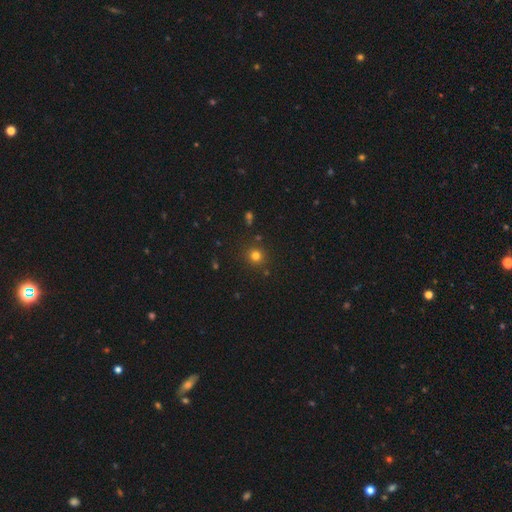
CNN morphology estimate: Smooth or featured?
  - smooth: 77% *
  - star or artifact: 17%
  - featured or disk: 6%
How rounded?
  - round: 92% *
  - in between: 7%
  - cigar-shaped: 1%
Merging?
  - none: 87% *
  - minor disturbance: 7%
  - merger: 3%
  - major disturbance: 2%